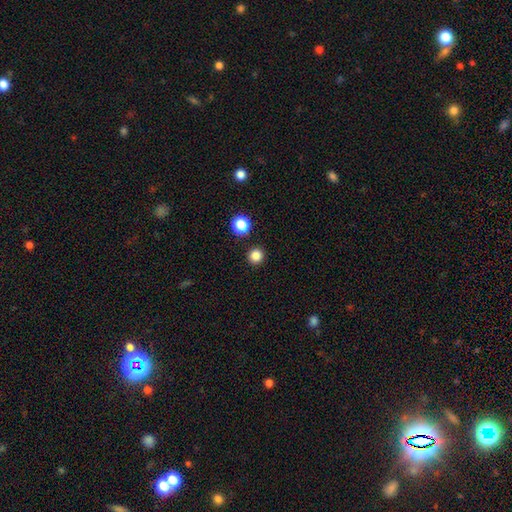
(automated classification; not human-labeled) smooth_or_featured: smooth (p=0.84) [alt: star or artifact p=0.13]
how_rounded: round (p=0.95) [alt: in between p=0.04]
merging: none (p=0.92) [alt: minor disturbance p=0.04]